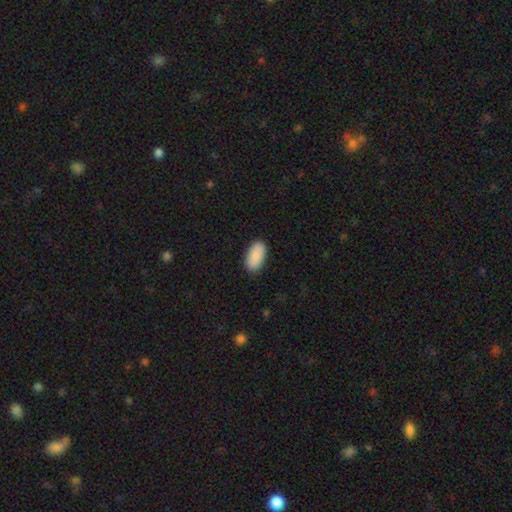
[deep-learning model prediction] This is clearly a smooth galaxy (88%). How rounded: clearly in between (94%). Merging: clearly none (88%).